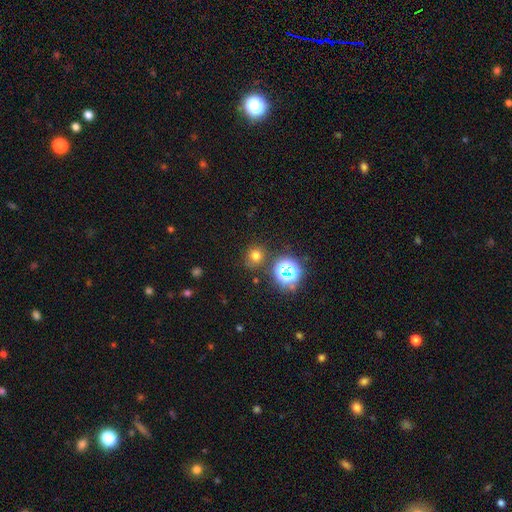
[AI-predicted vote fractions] A smooth galaxy with no disk features (66%) that is round (86%). Merging: none (79%).